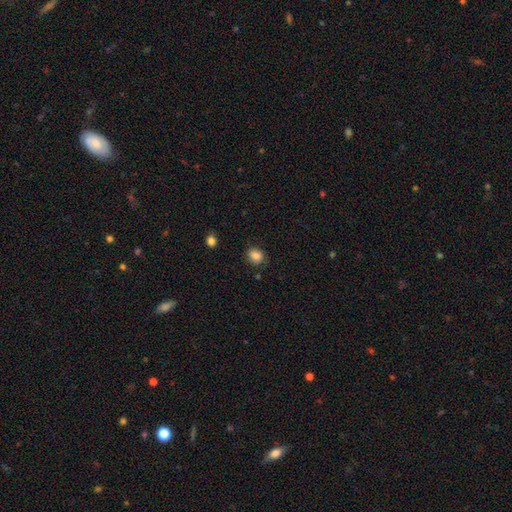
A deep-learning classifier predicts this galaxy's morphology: Smooth or featured?
  - smooth: 85% *
  - star or artifact: 10%
  - featured or disk: 5%
How rounded?
  - round: 66% *
  - in between: 33%
  - cigar-shaped: 1%
Merging?
  - none: 81% *
  - minor disturbance: 14%
  - major disturbance: 3%
  - merger: 2%